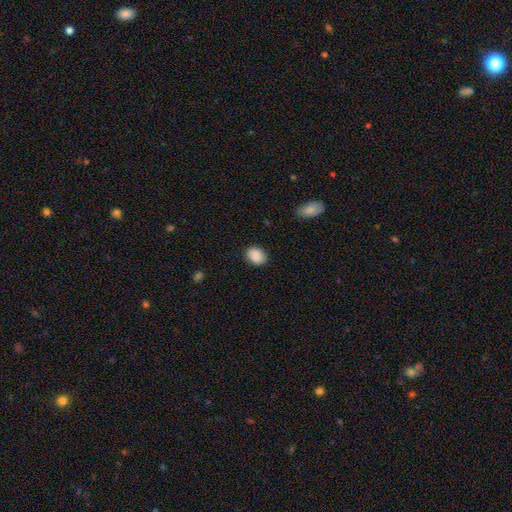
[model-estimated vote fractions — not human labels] A smooth galaxy with no disk features (88%) that is in between round and cigar-shaped (55%).

Vote fractions:
- Smooth or featured? smooth: 88% / star or artifact: 8% / featured or disk: 4%
- How rounded? in between: 55% / round: 44% / cigar-shaped: 1%
- Merging? none: 83% / minor disturbance: 13% / major disturbance: 3% / merger: 1%